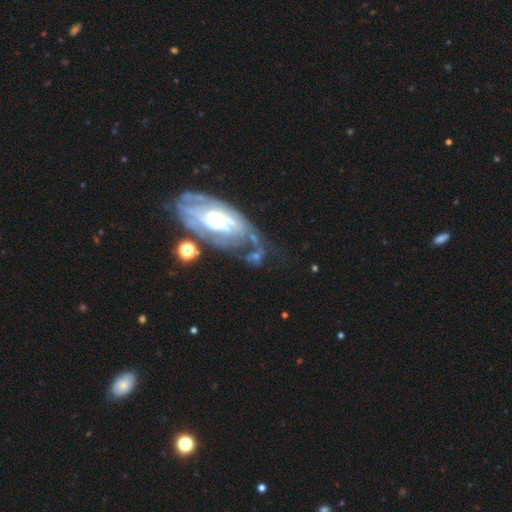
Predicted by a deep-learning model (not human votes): Overall: featured or disk (76%). Edge-on disk: no (92%). Bar: no (59%; weak 29%). Spiral arms: yes (79%). Spiral arm count: can't tell (51%; 2 24%). Spiral winding: tight (59%; medium 28%). Bulge size: small (53%; moderate 34%). Merging: none (45%; major disturbance 23%).